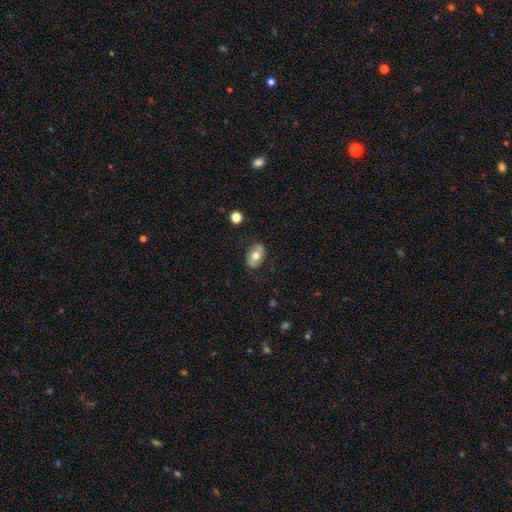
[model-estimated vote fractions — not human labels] This appears to be a smooth galaxy with no disk features (60%) that is in between round and cigar-shaped (86%). Merging: none (79%).